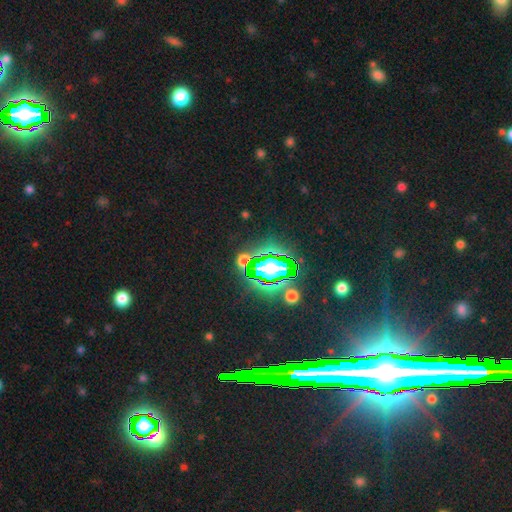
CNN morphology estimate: Smooth or featured? star or artifact (70%)